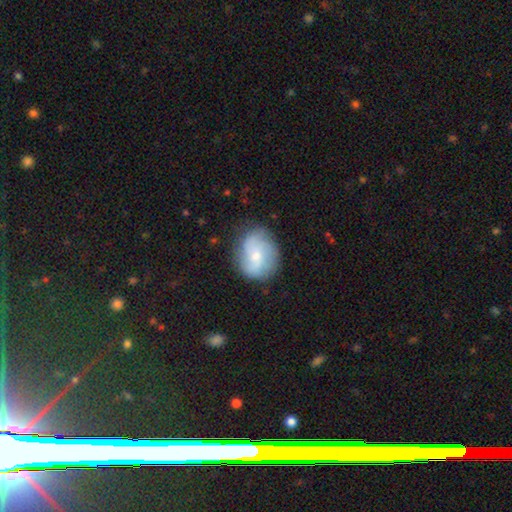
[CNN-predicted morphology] This is possibly a featured or disk galaxy (49%). Merging: likely none (74%).